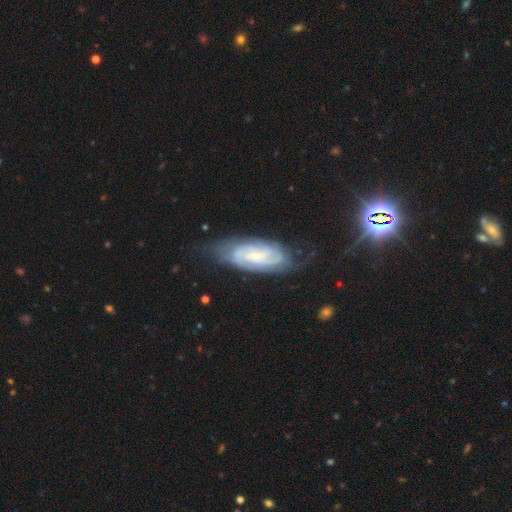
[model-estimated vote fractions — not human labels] Smooth or featured: featured or disk — 81% (smooth — 12%)
Edge-on disk: no — 93% (yes — 7%)
Bar: no — 50% (weak — 39%)
Spiral arms: yes — 96% (no — 4%)
Spiral winding: tight — 63% (medium — 30%)
Spiral arm count: 2 — 38% (can't tell — 30%)
Bulge size: small — 68% (moderate — 19%)
Merging: none — 67% (minor disturbance — 23%)